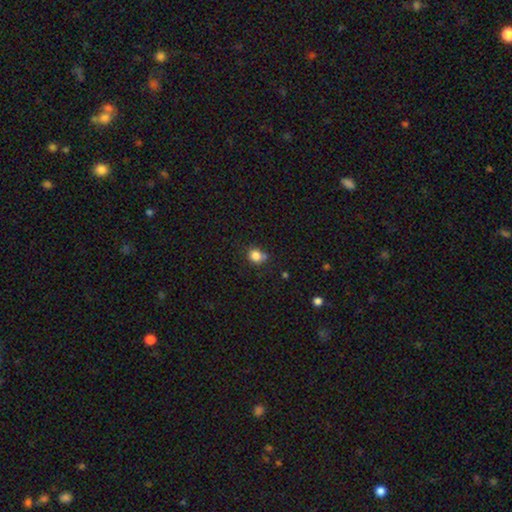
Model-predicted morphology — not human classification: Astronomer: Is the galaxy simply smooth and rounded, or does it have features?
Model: smooth — 83%.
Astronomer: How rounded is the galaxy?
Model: round — 73%.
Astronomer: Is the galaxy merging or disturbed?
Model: none — 60%.